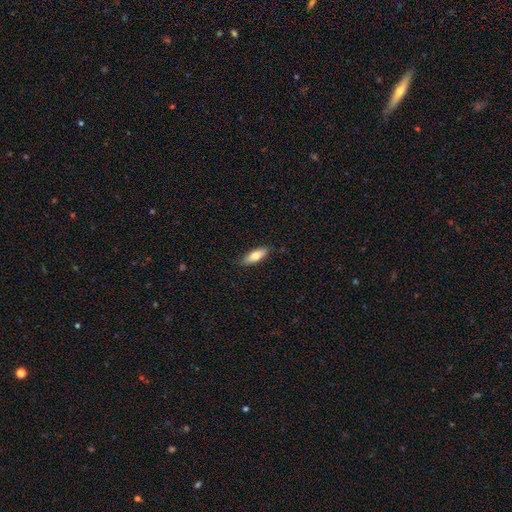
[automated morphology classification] type=smooth (72%); roundness=in between (65%); merging=none (86%).